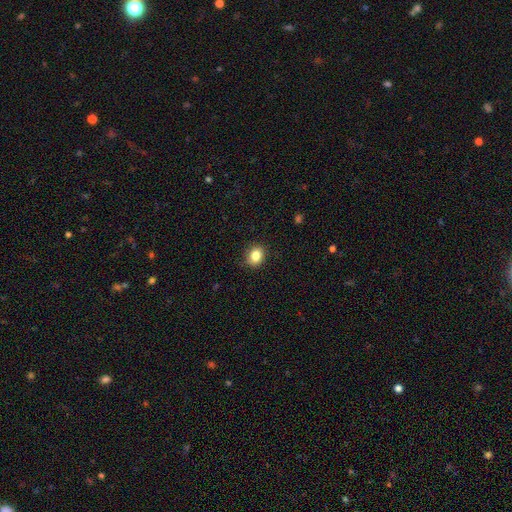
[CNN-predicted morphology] Smooth or featured? smooth (84%)
How rounded? round (61%)
Merging? none (87%)